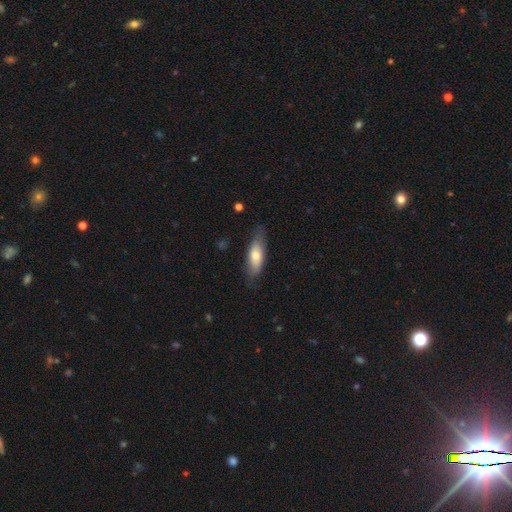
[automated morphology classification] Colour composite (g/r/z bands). It shows a smooth galaxy with no disk features (68%) that is in between round and cigar-shaped (66%). Merging: none (72%).